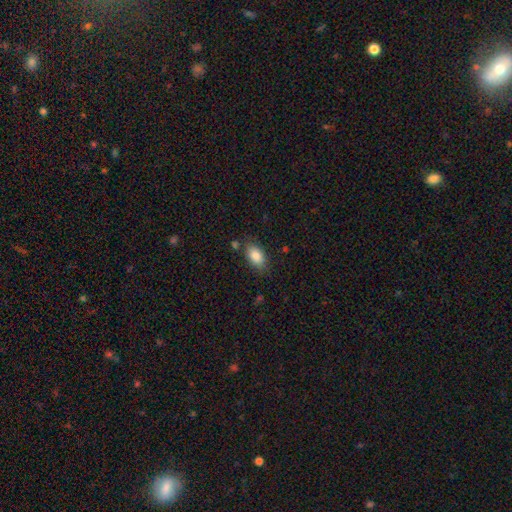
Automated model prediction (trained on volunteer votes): This is clearly a smooth galaxy (85%). How rounded: clearly in between (90%). Merging: likely none (77%).